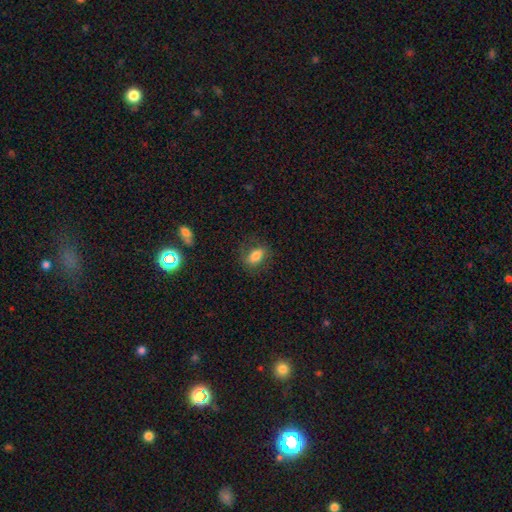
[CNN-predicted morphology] smooth-or-featured: smooth: 73% | featured or disk: 18% | star or artifact: 9%
  how-rounded: in between: 81% | round: 15% | cigar-shaped: 4%
  merging: none: 74% | minor disturbance: 17% | major disturbance: 8% | merger: 1%